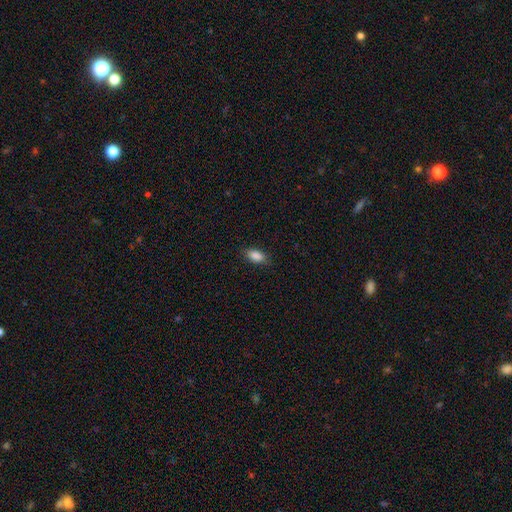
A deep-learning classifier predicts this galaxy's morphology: Smooth or featured?
  - smooth: 88% *
  - star or artifact: 8%
  - featured or disk: 5%
How rounded?
  - in between: 88% *
  - cigar-shaped: 8%
  - round: 4%
Merging?
  - none: 85% *
  - minor disturbance: 12%
  - major disturbance: 3%
  - merger: 1%